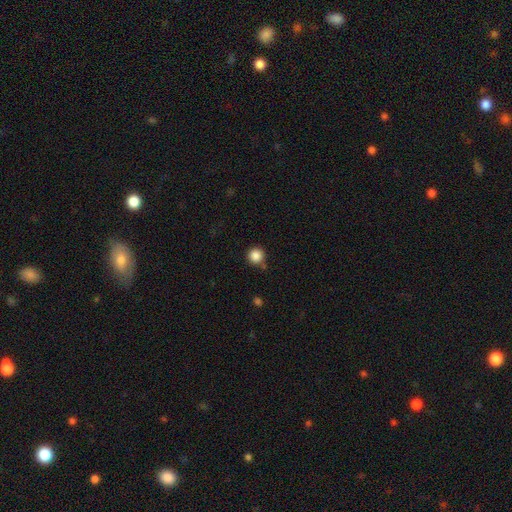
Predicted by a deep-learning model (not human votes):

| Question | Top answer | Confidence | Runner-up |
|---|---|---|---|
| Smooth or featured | smooth | 86% | star or artifact (11%) |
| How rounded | round | 96% | in between (3%) |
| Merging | none | 85% | minor disturbance (9%) |